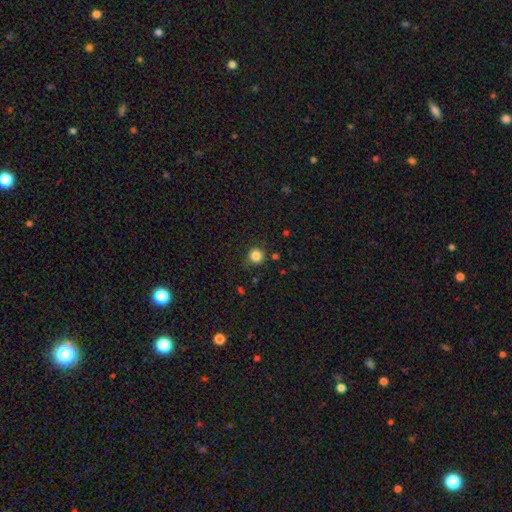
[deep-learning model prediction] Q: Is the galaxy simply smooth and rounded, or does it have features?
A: smooth — 84%.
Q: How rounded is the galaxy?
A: round — 92%.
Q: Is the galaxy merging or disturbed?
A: none — 81%.